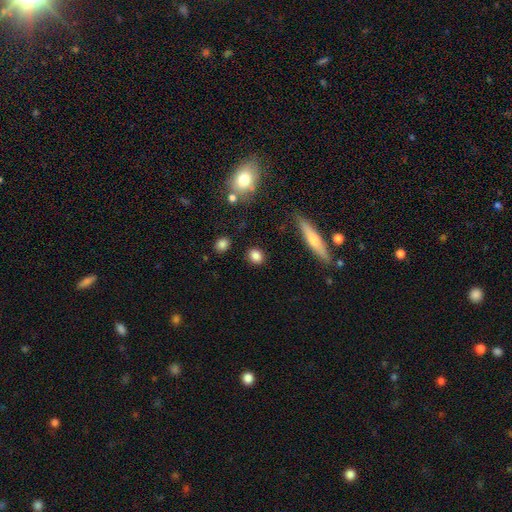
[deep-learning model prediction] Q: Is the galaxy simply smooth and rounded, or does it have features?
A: smooth — 84%.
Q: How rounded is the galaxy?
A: round — 67%.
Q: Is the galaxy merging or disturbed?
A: none — 88%.